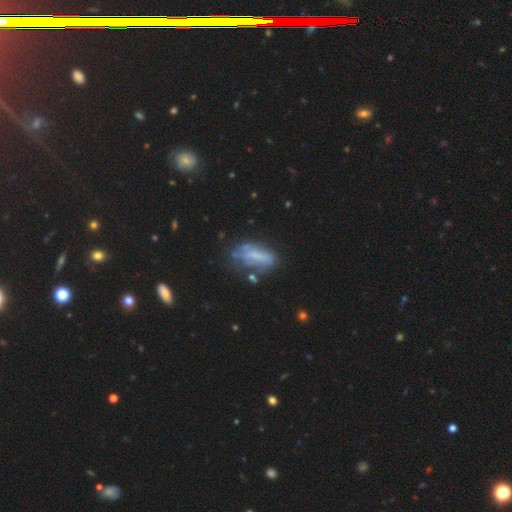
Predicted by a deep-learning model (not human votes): Morphology: type=featured or disk (47%); merging=none (47%).